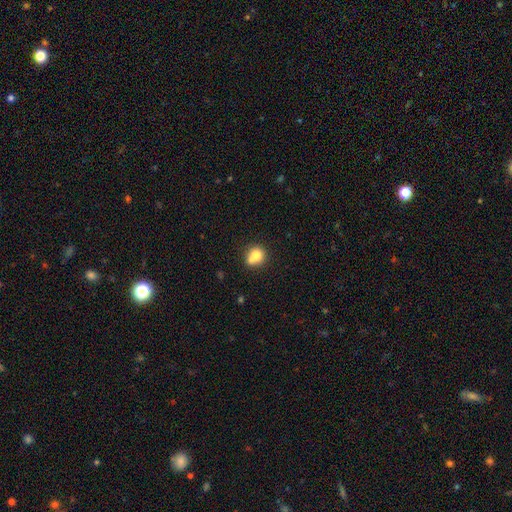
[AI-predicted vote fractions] This appears to be a smooth galaxy with no disk features (75%) that is round (79%). Merging: none (45%).